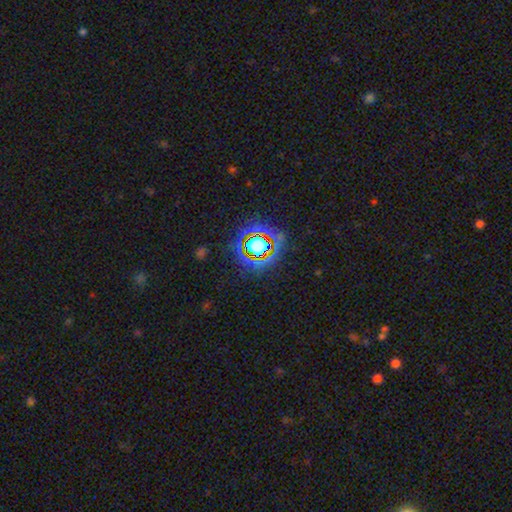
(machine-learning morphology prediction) Q: Smooth or featured?
A: star or artifact (78%); runner-up: smooth (13%)